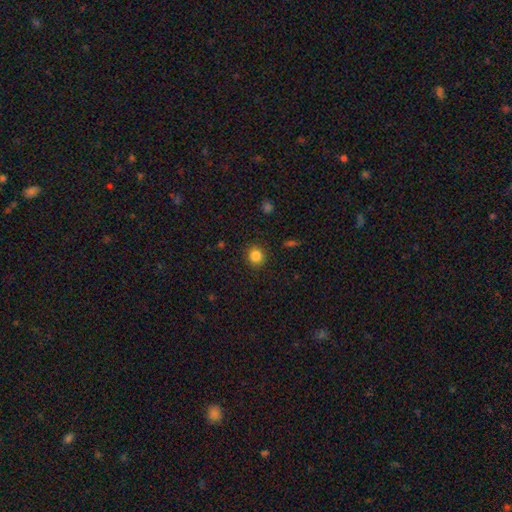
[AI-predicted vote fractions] This appears to be a smooth galaxy with no disk features (85%) that is round (90%). Merging: none (90%).